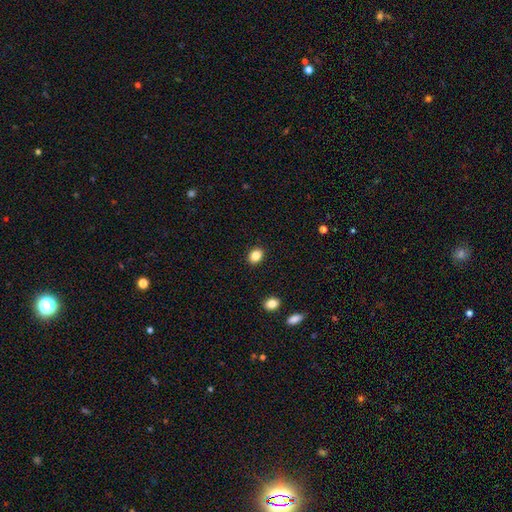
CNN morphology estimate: Smooth or featured? Predicted: smooth (p=0.85). How rounded? Predicted: in between (p=0.61). Merging? Predicted: none (p=0.90).